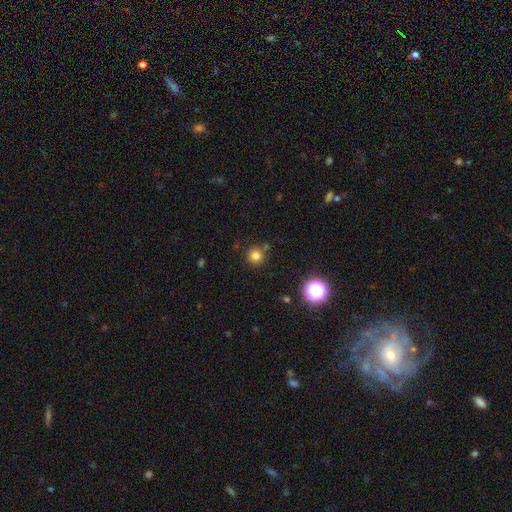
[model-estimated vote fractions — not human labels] This is likely a smooth galaxy (78%). How rounded: clearly round (94%). Merging: clearly none (80%).